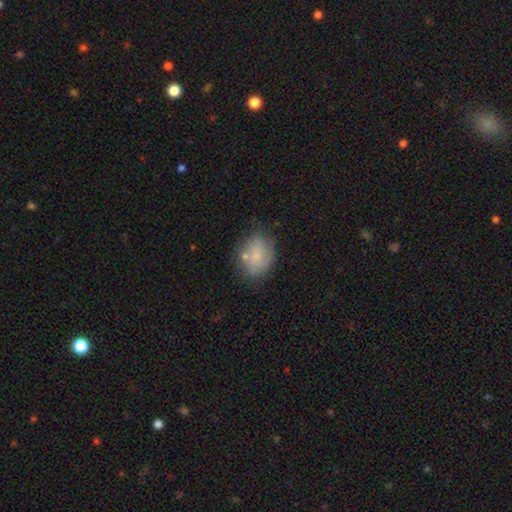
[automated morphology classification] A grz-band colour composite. It shows a smooth galaxy with no disk features (68%) that is in between round and cigar-shaped (53%). Merging: none (59%).